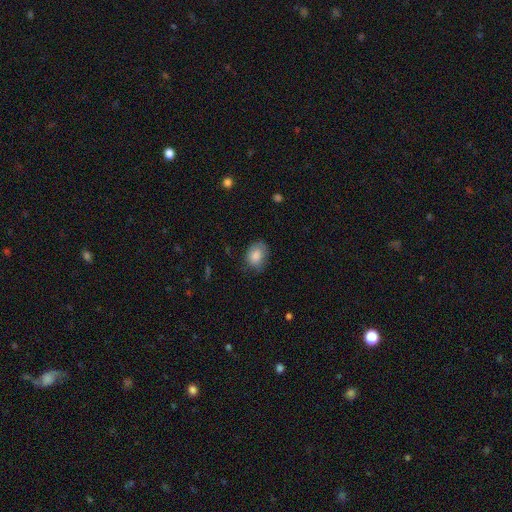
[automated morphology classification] Smooth or featured?
  - smooth: 84% *
  - featured or disk: 9%
  - star or artifact: 7%
How rounded?
  - in between: 64% *
  - round: 35%
  - cigar-shaped: 1%
Merging?
  - none: 66% *
  - minor disturbance: 26%
  - major disturbance: 7%
  - merger: 1%